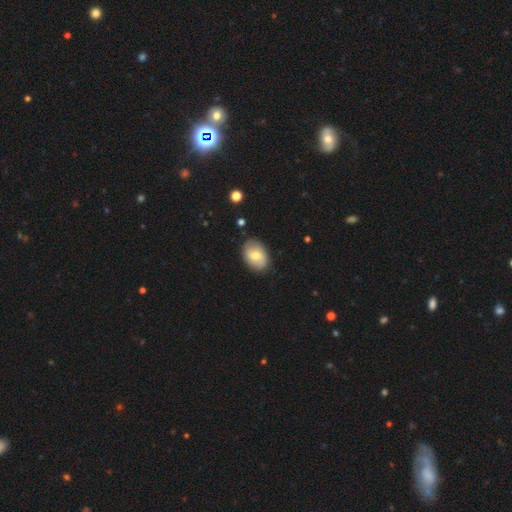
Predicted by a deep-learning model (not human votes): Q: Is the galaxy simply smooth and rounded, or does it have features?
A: smooth — 55%.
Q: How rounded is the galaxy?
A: in between — 80%.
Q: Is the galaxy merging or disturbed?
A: none — 82%.